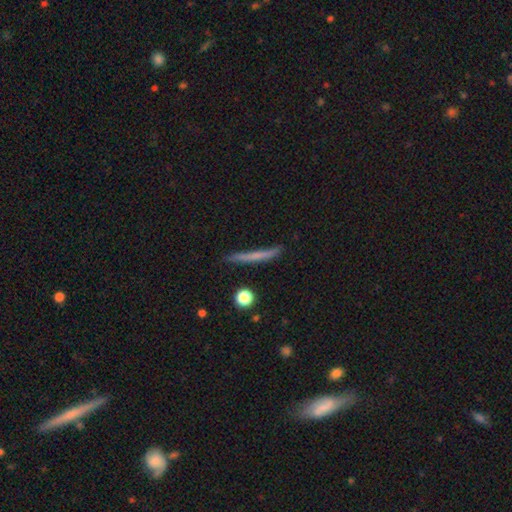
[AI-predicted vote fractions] This appears to be a smooth galaxy with no disk features (60%) that is cigar-shaped (95%). Merging: none (80%).